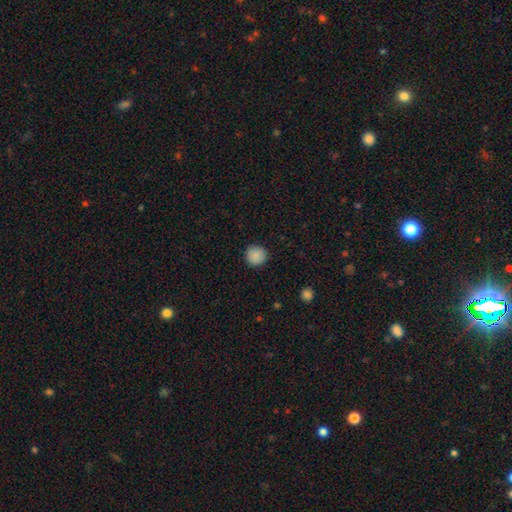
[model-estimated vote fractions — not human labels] smooth_or_featured: smooth (p=0.88) [alt: star or artifact p=0.08]
how_rounded: round (p=0.95) [alt: in between p=0.04]
merging: none (p=0.91) [alt: minor disturbance p=0.06]